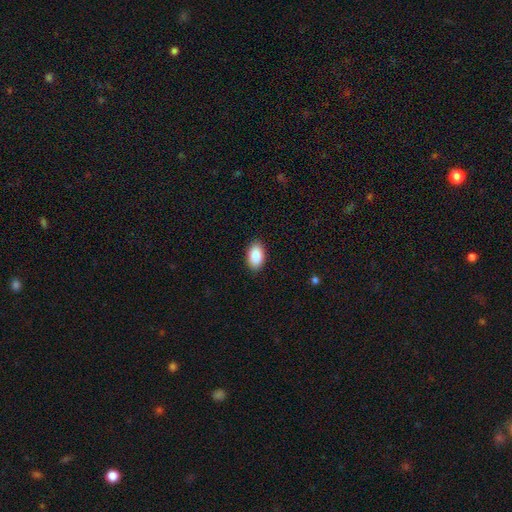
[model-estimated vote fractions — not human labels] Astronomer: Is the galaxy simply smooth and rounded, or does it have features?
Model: smooth — 89%.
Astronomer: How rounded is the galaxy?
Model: in between — 94%.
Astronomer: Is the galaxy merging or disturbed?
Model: none — 89%.